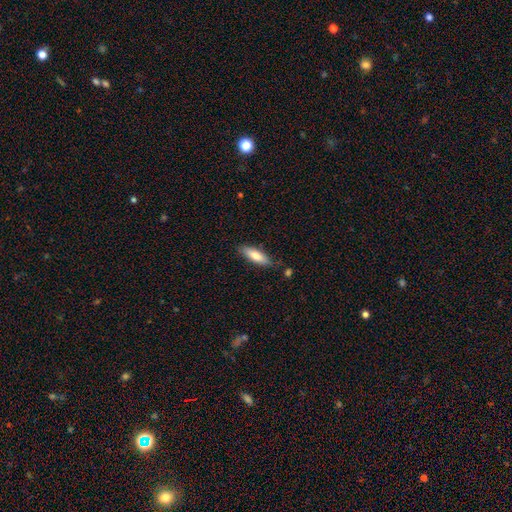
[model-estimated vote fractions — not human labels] Smooth or featured: smooth — 77% (featured or disk — 17%)
How rounded: in between — 50% (cigar-shaped — 48%)
Merging: none — 81% (minor disturbance — 14%)